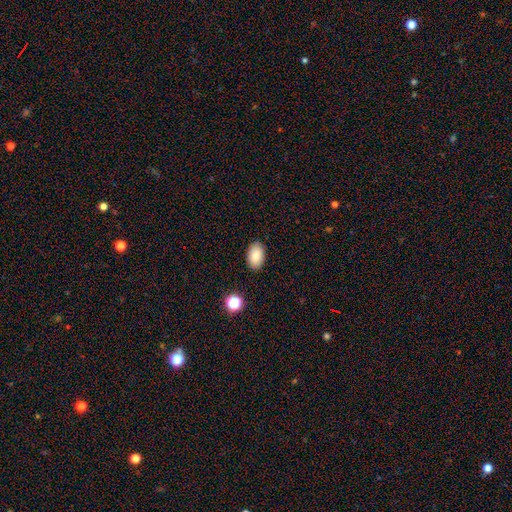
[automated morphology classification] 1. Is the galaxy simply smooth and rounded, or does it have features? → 87% smooth, 8% star or artifact, 5% featured or disk.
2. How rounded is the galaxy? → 91% in between, 8% round, 1% cigar-shaped.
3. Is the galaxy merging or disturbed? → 88% none, 9% minor disturbance, 2% major disturbance, 1% merger.